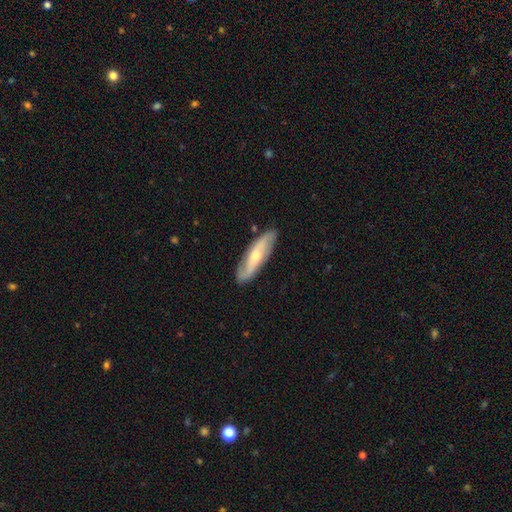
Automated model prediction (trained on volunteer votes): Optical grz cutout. It shows a featured or disk galaxy (64%). Merging: none (85%).